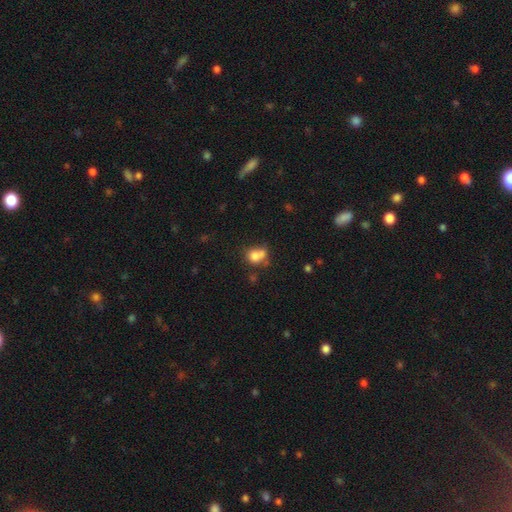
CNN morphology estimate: Smooth or featured: smooth — 75% (featured or disk — 13%)
How rounded: round — 57% (in between — 42%)
Merging: merger — 40% (none — 33%)